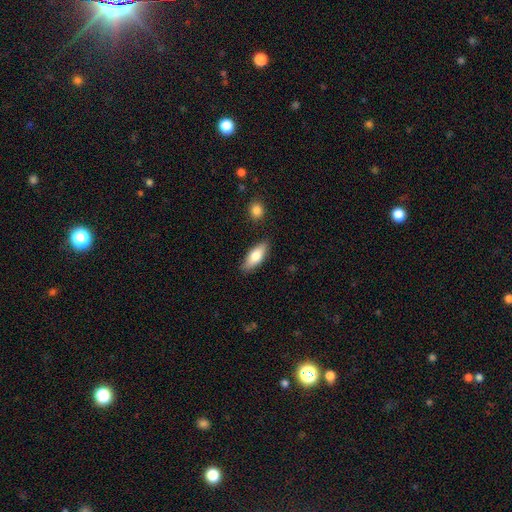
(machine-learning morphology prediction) Overall: smooth (76%). How rounded: in between (73%). Merging: none (84%).